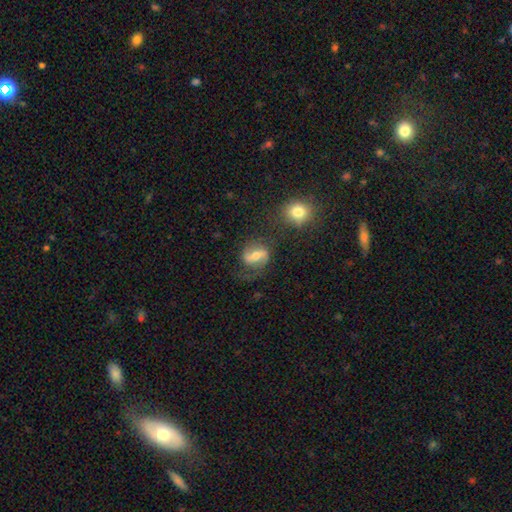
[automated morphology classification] A featured or disk galaxy (70%) with a strong bar (45%), 2 (89%) medium (44%) spiral arms (88%) and a moderate central bulge (63%). Merging: none (68%).